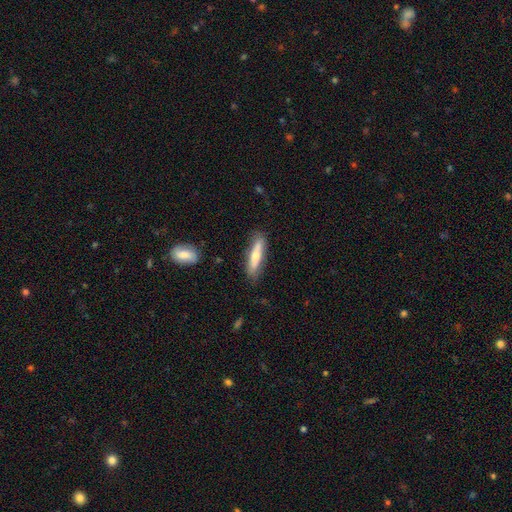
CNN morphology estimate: Smooth or featured? smooth (56%)
How rounded? cigar-shaped (76%)
Merging? none (80%)